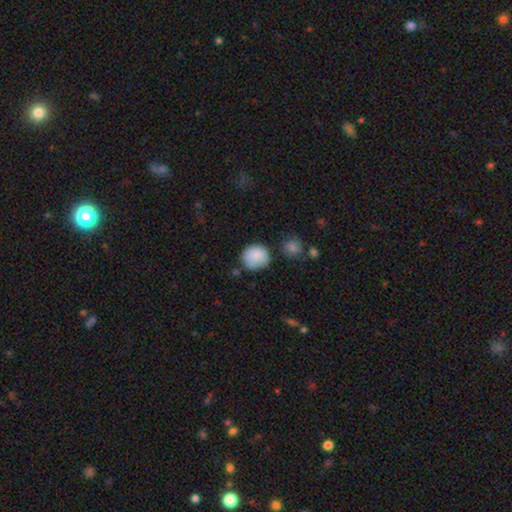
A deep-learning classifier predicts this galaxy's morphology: smooth 85%, star or artifact 8%, featured or disk 7%. Down the decision tree: how rounded — round (82%); merging — none (68%).